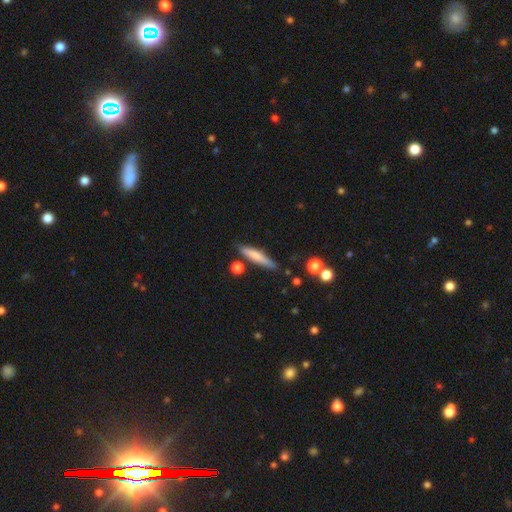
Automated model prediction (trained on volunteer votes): This appears to be a smooth galaxy with no disk features (67%) that is cigar-shaped (87%). Merging: none (78%).